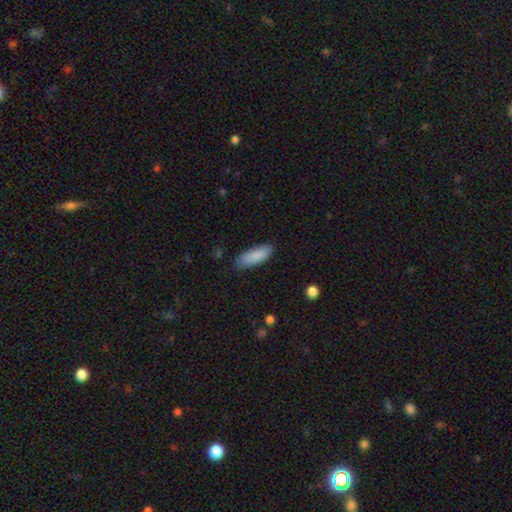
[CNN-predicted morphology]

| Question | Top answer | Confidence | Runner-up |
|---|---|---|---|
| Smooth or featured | smooth | 88% | featured or disk (6%) |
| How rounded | in between | 62% | cigar-shaped (37%) |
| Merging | none | 81% | minor disturbance (15%) |